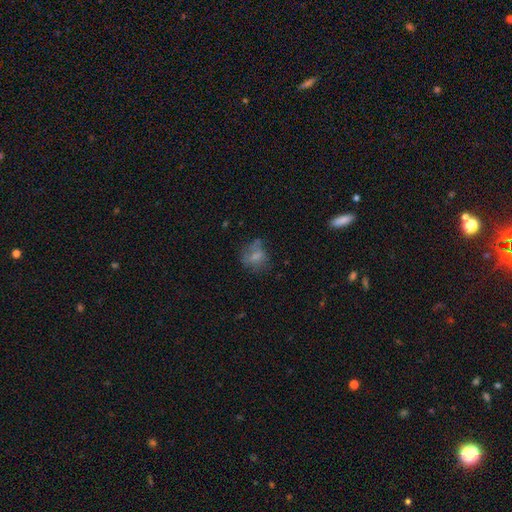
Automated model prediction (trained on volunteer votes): This is possibly a smooth galaxy (60%). How rounded: possibly round (54%). Merging: possibly none (46%).